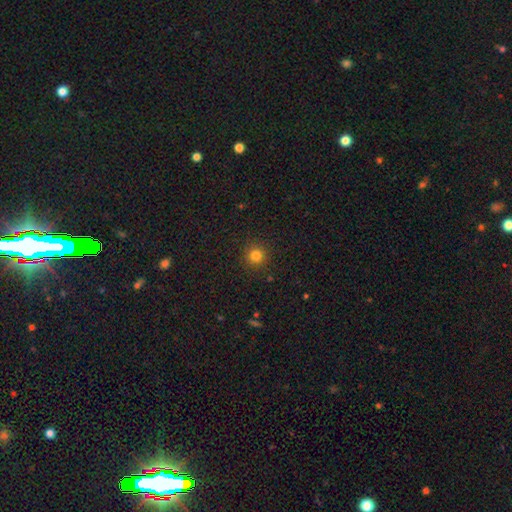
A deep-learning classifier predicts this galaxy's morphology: Overall: smooth (82%). How rounded: round (95%). Merging: none (91%).